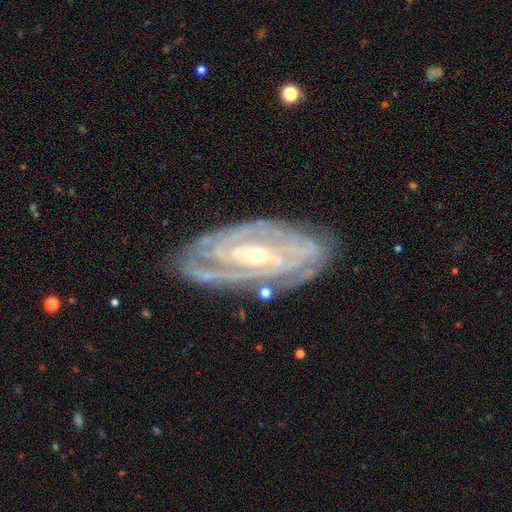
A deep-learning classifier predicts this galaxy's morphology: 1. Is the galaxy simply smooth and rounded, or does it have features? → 89% featured or disk, 6% smooth, 5% star or artifact.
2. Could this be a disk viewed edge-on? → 91% no, 9% yes.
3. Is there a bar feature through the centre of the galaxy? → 36% weak, 33% strong, 31% no.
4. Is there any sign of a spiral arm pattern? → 96% yes, 4% no.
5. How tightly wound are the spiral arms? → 74% tight, 22% medium, 4% loose.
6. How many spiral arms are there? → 26% can't tell, 24% 2, 23% 3, 15% 4, 7% more than 4, 6% 1.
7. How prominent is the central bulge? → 52% small, 45% moderate, 2% large, 1% none, 1% dominant.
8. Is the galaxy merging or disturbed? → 80% none, 14% minor disturbance, 4% major disturbance, 1% merger.